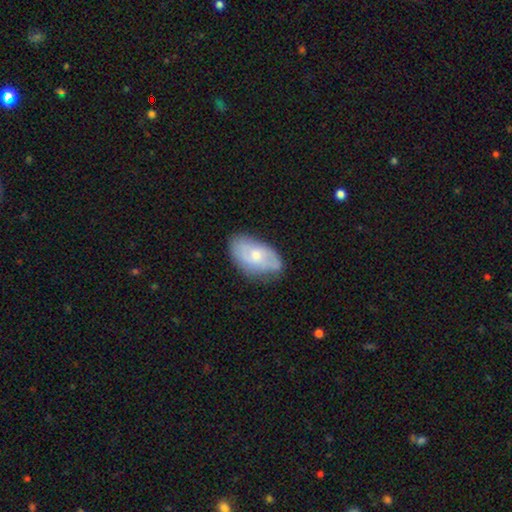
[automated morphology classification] A smooth galaxy with no disk features (49%). Merging: none (65%).